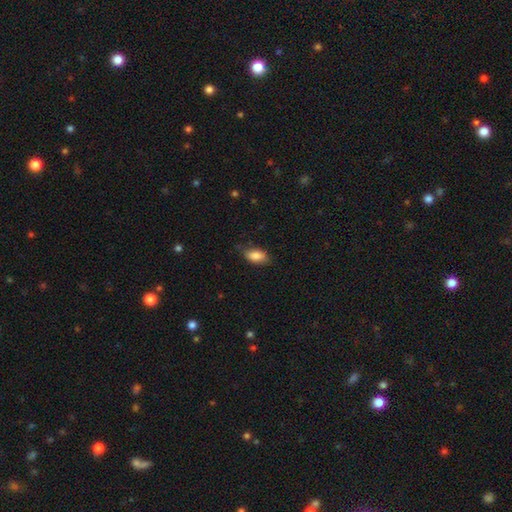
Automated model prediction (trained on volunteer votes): A smooth galaxy with no disk features (85%) that is in between round and cigar-shaped (90%).

Vote fractions:
- Smooth or featured? smooth: 85% / featured or disk: 8% / star or artifact: 7%
- How rounded? in between: 90% / cigar-shaped: 5% / round: 5%
- Merging? none: 73% / minor disturbance: 21% / major disturbance: 5% / merger: 1%